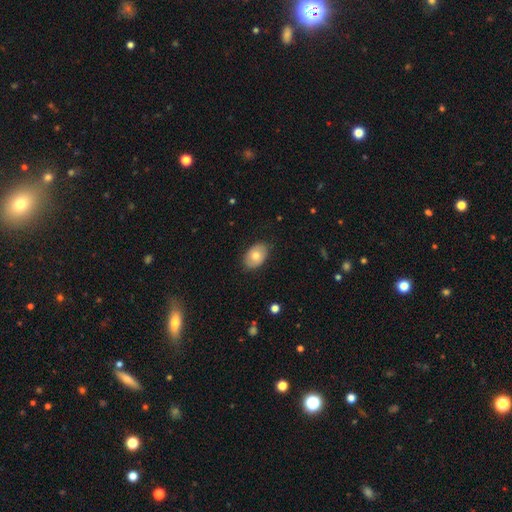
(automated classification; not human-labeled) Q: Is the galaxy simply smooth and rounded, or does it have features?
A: smooth — 72%.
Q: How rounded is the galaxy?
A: in between — 85%.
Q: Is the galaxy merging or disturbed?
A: none — 83%.